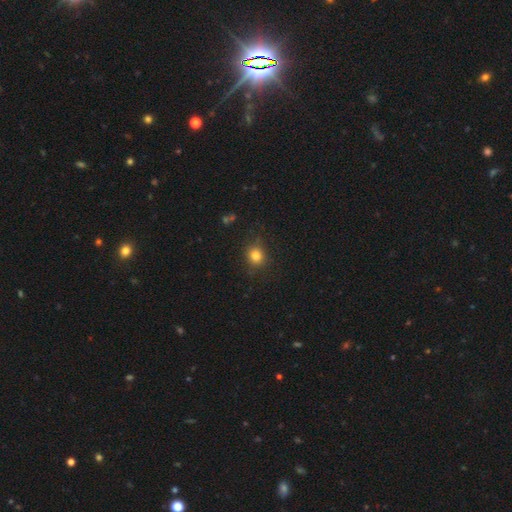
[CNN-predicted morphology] Smooth or featured? Predicted: smooth (p=0.81). How rounded? Predicted: round (p=0.82). Merging? Predicted: none (p=0.85).